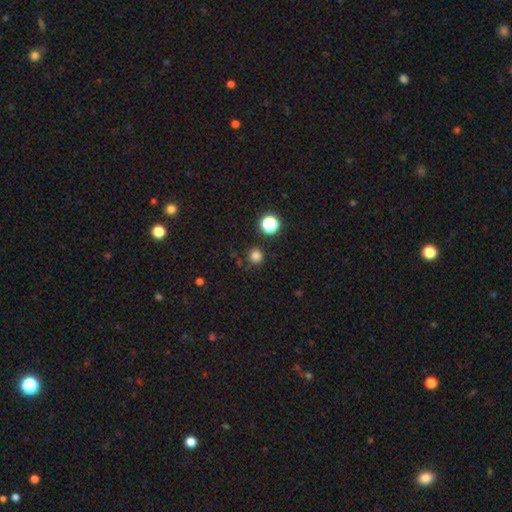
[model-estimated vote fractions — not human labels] A smooth galaxy with no disk features (80%) that is round (94%).

Vote fractions:
- Smooth or featured? smooth: 80% / star or artifact: 17% / featured or disk: 4%
- How rounded? round: 94% / in between: 5% / cigar-shaped: 1%
- Merging? none: 87% / minor disturbance: 8% / merger: 3% / major disturbance: 3%